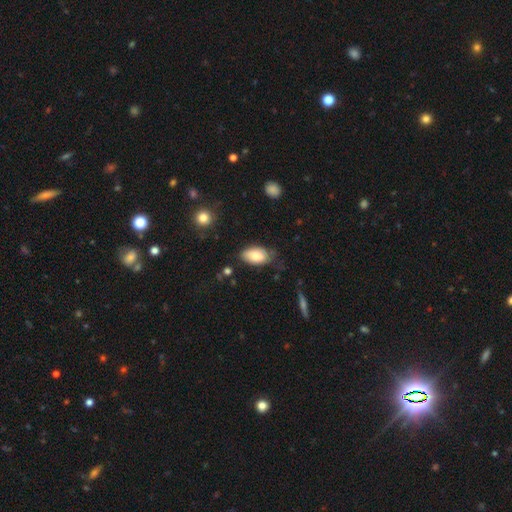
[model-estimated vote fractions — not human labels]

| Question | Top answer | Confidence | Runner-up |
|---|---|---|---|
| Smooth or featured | smooth | 81% | featured or disk (12%) |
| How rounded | in between | 94% | round (4%) |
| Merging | none | 63% | minor disturbance (28%) |